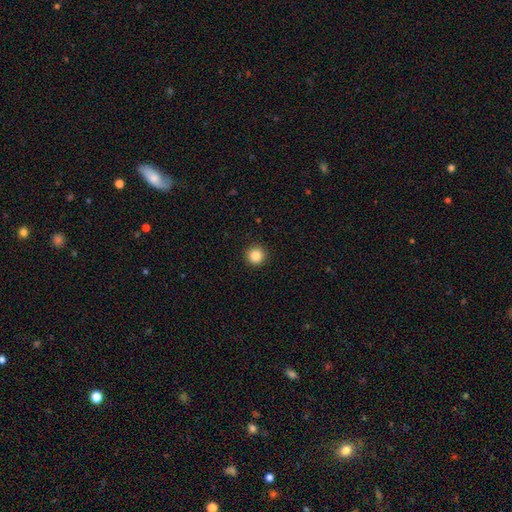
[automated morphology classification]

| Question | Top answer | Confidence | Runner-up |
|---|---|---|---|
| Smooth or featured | smooth | 87% | star or artifact (10%) |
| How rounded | round | 96% | in between (3%) |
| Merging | none | 93% | minor disturbance (5%) |